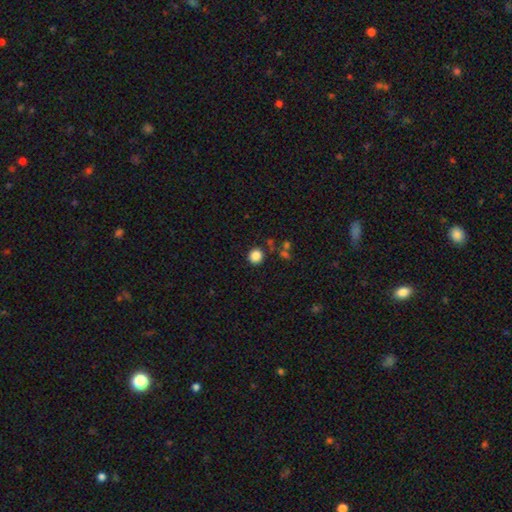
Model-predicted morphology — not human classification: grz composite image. It shows a smooth galaxy with no disk features (85%) that is round (92%). Merging: none (85%).